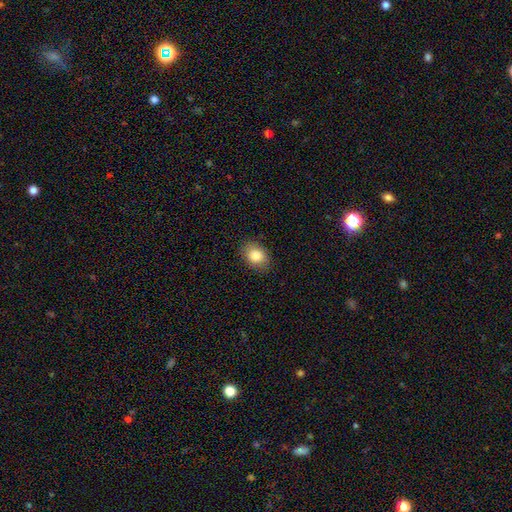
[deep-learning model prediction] Morphology: type=smooth (83%); roundness=in between (73%); merging=none (86%).